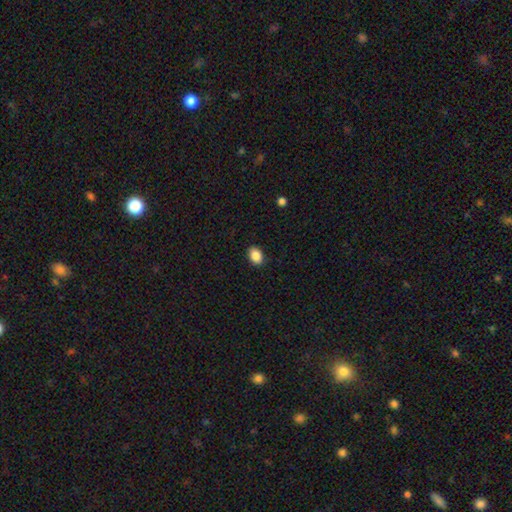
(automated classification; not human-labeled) Smooth or featured? smooth (88%)
How rounded? in between (80%)
Merging? none (89%)